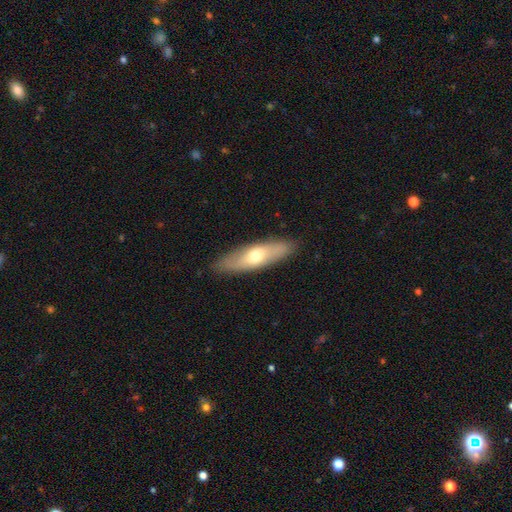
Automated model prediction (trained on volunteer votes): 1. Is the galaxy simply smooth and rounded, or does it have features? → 57% smooth, 38% featured or disk, 6% star or artifact.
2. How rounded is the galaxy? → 57% cigar-shaped, 40% in between, 2% round.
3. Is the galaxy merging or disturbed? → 88% none, 9% minor disturbance, 2% major disturbance, 1% merger.